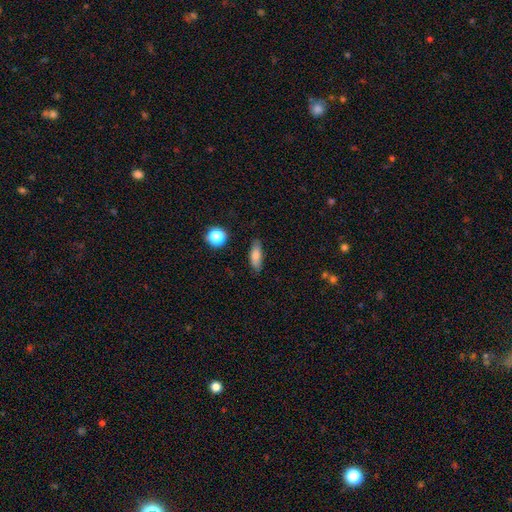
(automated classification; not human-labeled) Smooth or featured? smooth (76%)
How rounded? in between (59%)
Merging? none (84%)